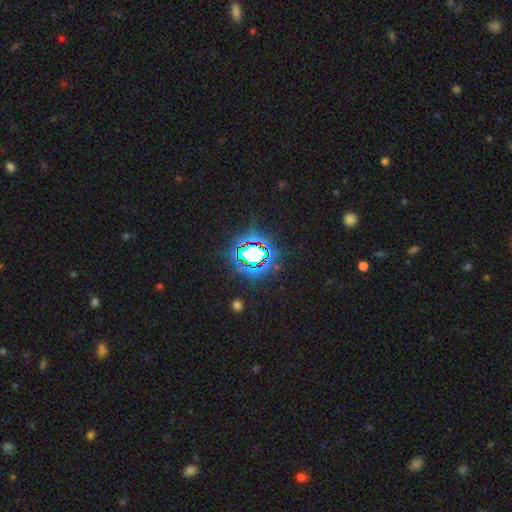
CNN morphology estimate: Smooth or featured? star or artifact (73%)